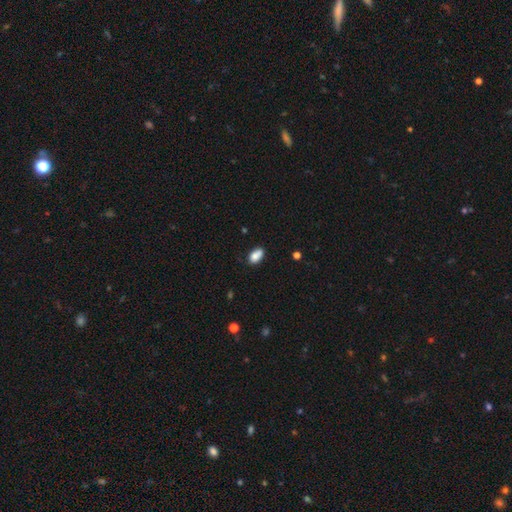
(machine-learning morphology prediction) type=smooth (83%); roundness=in between (88%); merging=none (59%).